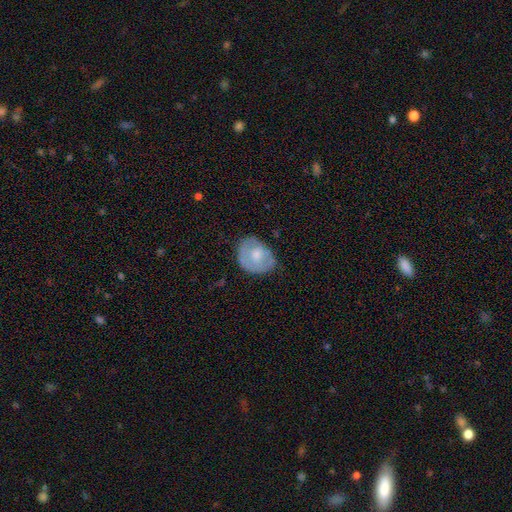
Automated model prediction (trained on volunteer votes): Morphology: type=smooth (60%); roundness=in between (50%); merging=none (59%).